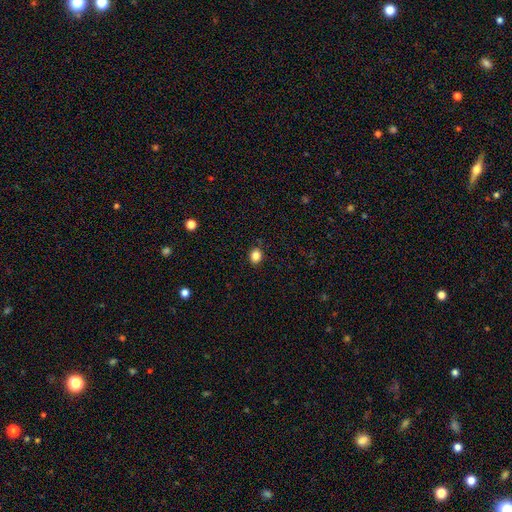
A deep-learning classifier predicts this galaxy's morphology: smooth-or-featured: smooth: 85% | star or artifact: 11% | featured or disk: 5%
  how-rounded: round: 56% | in between: 43% | cigar-shaped: 1%
  merging: none: 87% | minor disturbance: 10% | major disturbance: 2% | merger: 1%